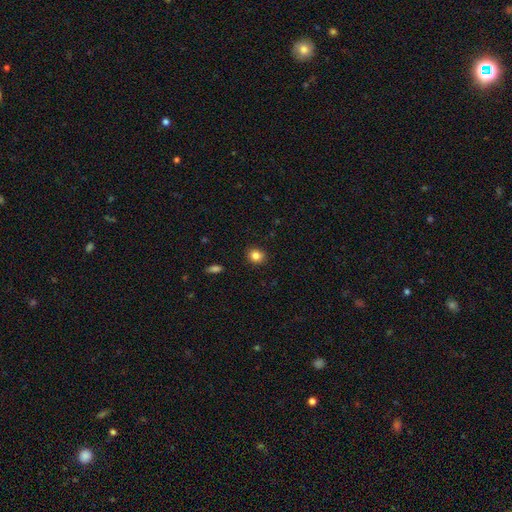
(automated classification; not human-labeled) This is clearly a smooth galaxy (83%). How rounded: likely round (73%). Merging: clearly none (90%).